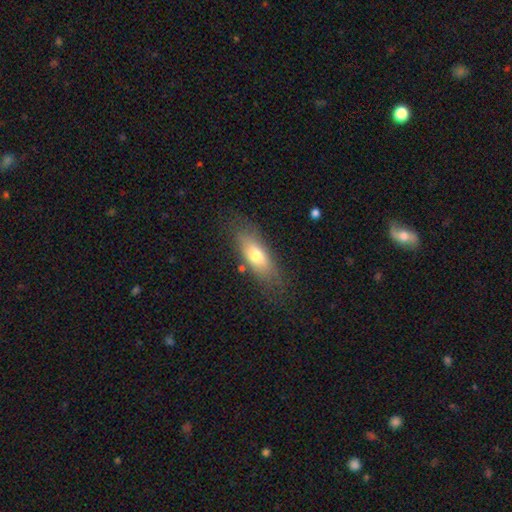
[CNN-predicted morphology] type=smooth (67%); roundness=in between (73%); merging=none (72%).